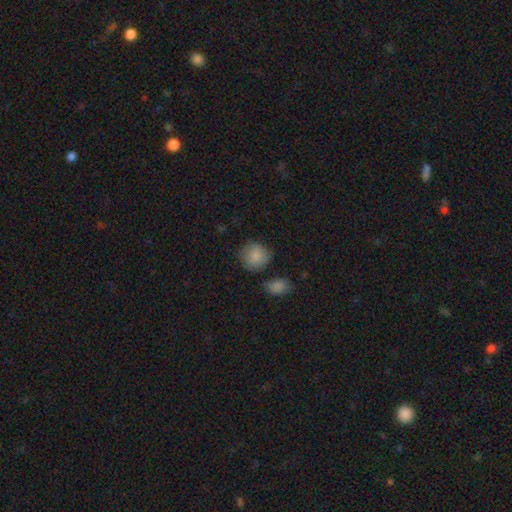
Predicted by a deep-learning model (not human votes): Q: Smooth or featured?
A: smooth (87%); runner-up: star or artifact (7%)
Q: How rounded?
A: round (87%); runner-up: in between (12%)
Q: Merging?
A: none (74%); runner-up: minor disturbance (16%)